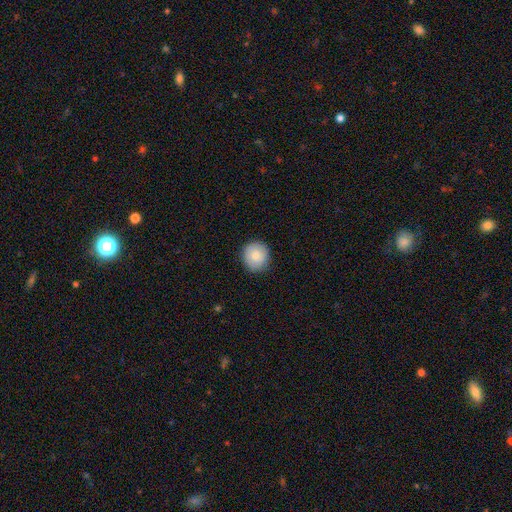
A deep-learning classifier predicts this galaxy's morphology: Overall: smooth (81%). How rounded: round (89%). Merging: none (87%).